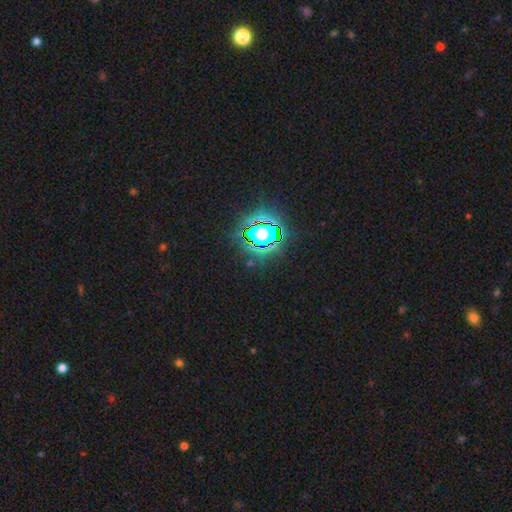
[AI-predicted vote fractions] Overall: star or artifact (81%).